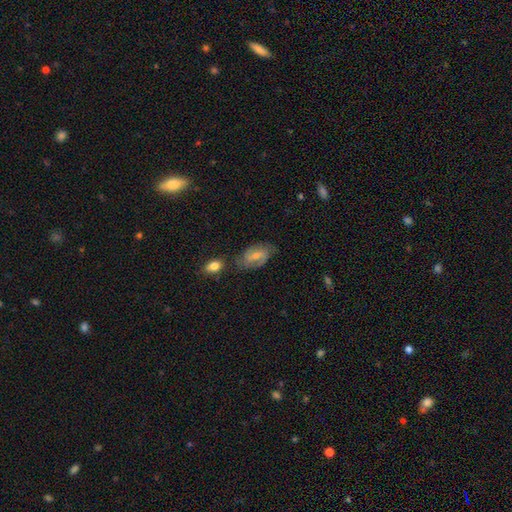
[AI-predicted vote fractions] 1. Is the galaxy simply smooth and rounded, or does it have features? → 56% featured or disk, 36% smooth, 7% star or artifact.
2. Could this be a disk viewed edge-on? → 95% no, 5% yes.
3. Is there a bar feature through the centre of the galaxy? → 48% weak, 37% no, 15% strong.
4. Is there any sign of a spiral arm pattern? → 85% yes, 15% no.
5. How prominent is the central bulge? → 57% small, 36% moderate, 4% none, 2% large, 1% dominant.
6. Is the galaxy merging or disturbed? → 62% none, 23% minor disturbance, 8% major disturbance, 7% merger.